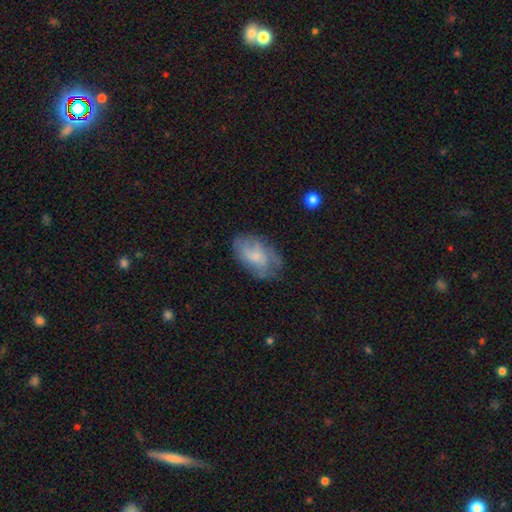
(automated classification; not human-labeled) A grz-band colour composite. It shows a smooth galaxy with no disk features (50%). Merging: none (62%).